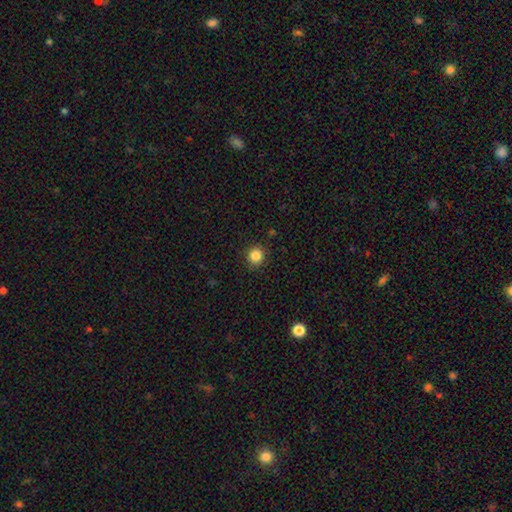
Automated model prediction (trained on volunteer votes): Q: Smooth or featured?
A: smooth (85%); runner-up: star or artifact (11%)
Q: How rounded?
A: round (91%); runner-up: in between (8%)
Q: Merging?
A: none (90%); runner-up: minor disturbance (6%)